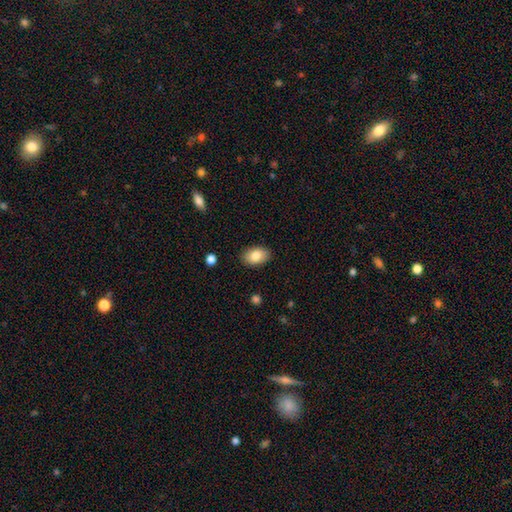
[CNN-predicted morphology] Q: Smooth or featured?
A: smooth (83%); runner-up: featured or disk (10%)
Q: How rounded?
A: in between (90%); runner-up: round (9%)
Q: Merging?
A: none (87%); runner-up: minor disturbance (10%)